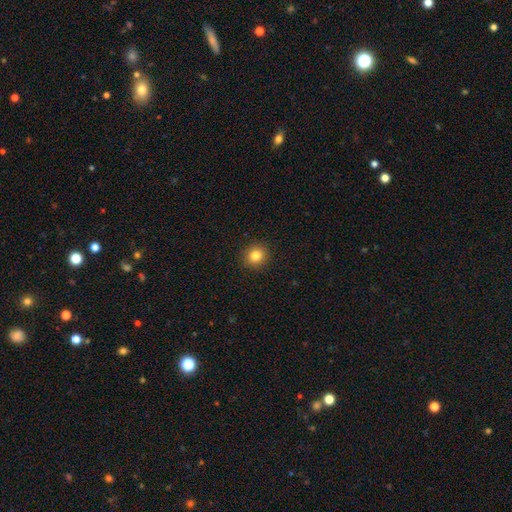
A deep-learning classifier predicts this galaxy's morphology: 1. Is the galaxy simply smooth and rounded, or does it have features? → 83% smooth, 11% star or artifact, 6% featured or disk.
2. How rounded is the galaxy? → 84% round, 15% in between, 1% cigar-shaped.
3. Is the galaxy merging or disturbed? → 92% none, 6% minor disturbance, 2% major disturbance, 1% merger.